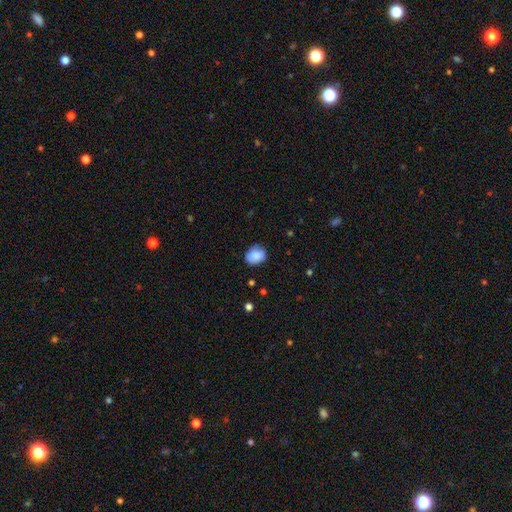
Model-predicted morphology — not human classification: Smooth or featured? smooth (84%)
How rounded? round (50%)
Merging? none (74%)